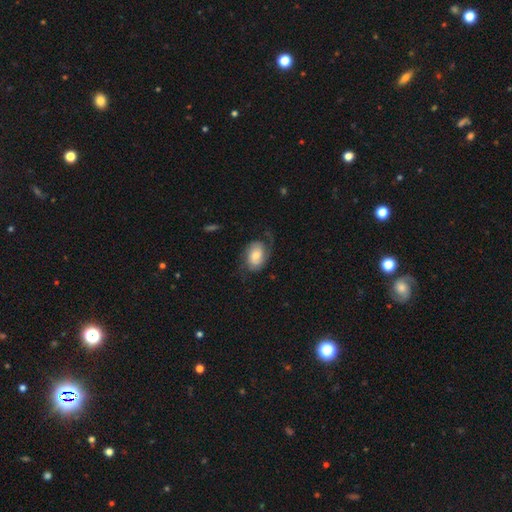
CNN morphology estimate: smooth-or-featured: featured or disk: 59% | smooth: 34% | star or artifact: 7%
  disk-edge-on: no: 97% | yes: 3%
    bar: no: 54% | weak: 37% | strong: 9%
    has-spiral-arms: yes: 90% | no: 10%
      spiral-winding: medium: 41% | loose: 32% | tight: 27%
      spiral-arm-count: 2: 74% | 1: 13% | can't tell: 9% | 3: 2% | 4: 1% | more than 4: 1%
    bulge-size: moderate: 45% | small: 26% | large: 19% | none: 6% | dominant: 4%
  merging: none: 56% | minor disturbance: 22% | major disturbance: 21% | merger: 2%